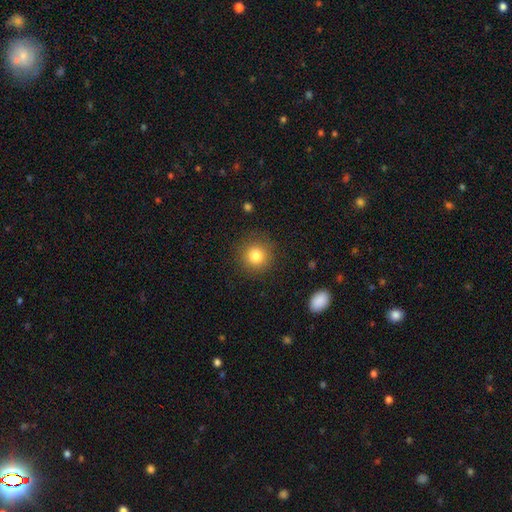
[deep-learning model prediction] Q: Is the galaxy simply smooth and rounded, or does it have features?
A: smooth — 82%.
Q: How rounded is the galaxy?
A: round — 93%.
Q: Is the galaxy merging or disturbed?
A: none — 88%.